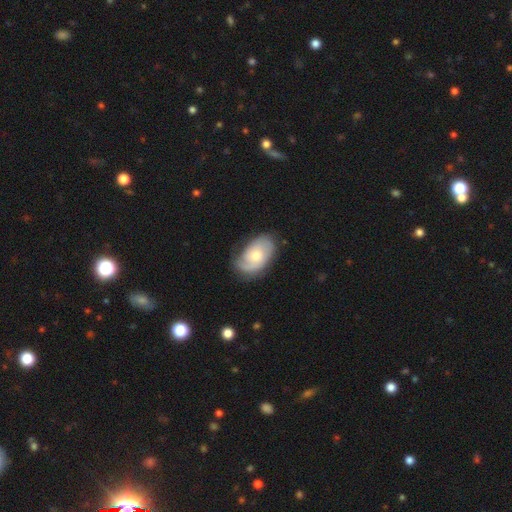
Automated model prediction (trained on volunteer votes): Q: Smooth or featured?
A: featured or disk (69%); runner-up: smooth (26%)
Q: Edge-on disk?
A: no (95%); runner-up: yes (5%)
Q: Bar?
A: no (76%); runner-up: weak (21%)
Q: Spiral arms?
A: yes (88%); runner-up: no (12%)
Q: Spiral winding?
A: tight (47%); runner-up: medium (35%)
Q: Spiral arm count?
A: 2 (44%); runner-up: can't tell (23%)
Q: Bulge size?
A: moderate (61%); runner-up: small (33%)
Q: Merging?
A: none (69%); runner-up: minor disturbance (22%)